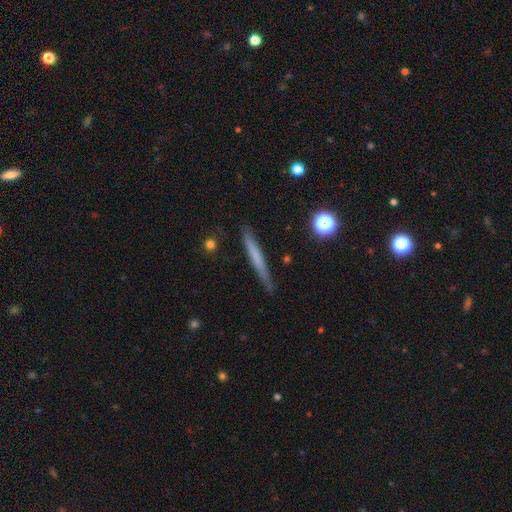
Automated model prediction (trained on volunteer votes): smooth 57%, featured or disk 36%, star or artifact 7%. Down the decision tree: how rounded — cigar-shaped (96%); merging — none (85%).